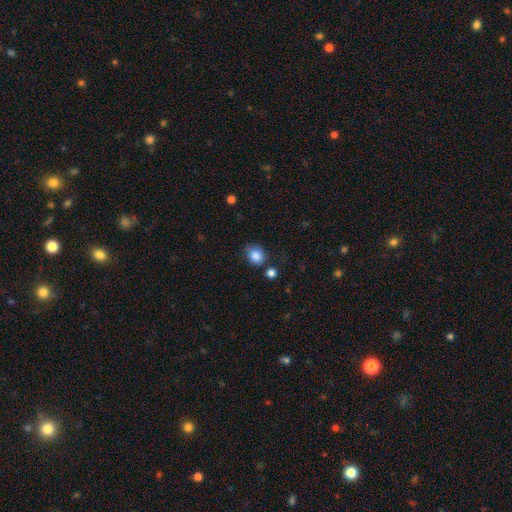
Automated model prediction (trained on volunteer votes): smooth_or_featured: smooth (p=0.86) [alt: star or artifact p=0.09]
how_rounded: round (p=0.65) [alt: in between p=0.35]
merging: none (p=0.65) [alt: minor disturbance p=0.22]